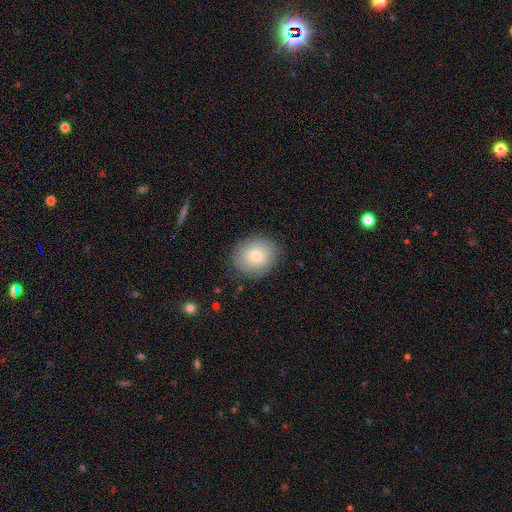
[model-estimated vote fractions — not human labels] Overall: smooth (74%). How rounded: round (70%). Merging: none (84%).